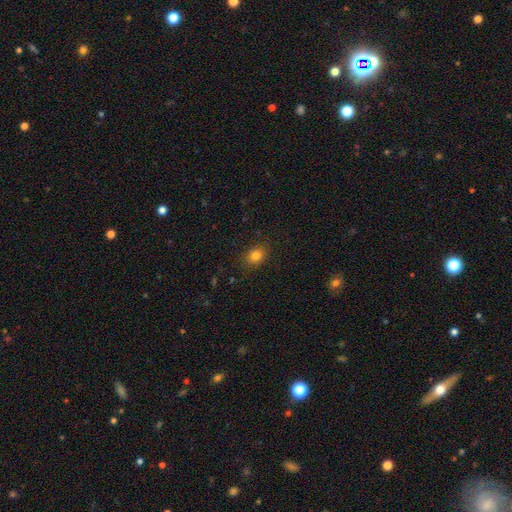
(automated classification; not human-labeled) smooth 82%, star or artifact 12%, featured or disk 6%. Down the decision tree: how rounded — round (53%); merging — none (87%).